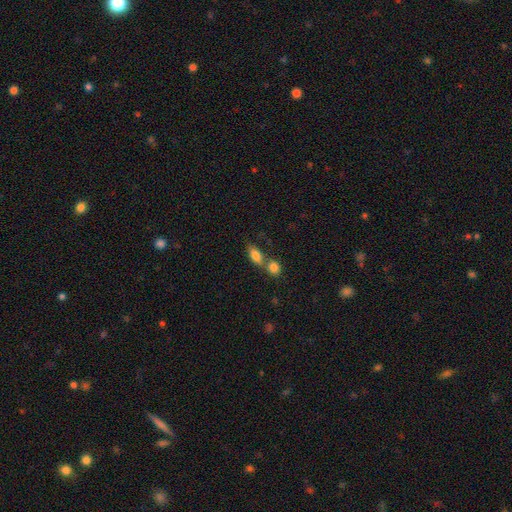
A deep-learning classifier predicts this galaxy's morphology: type=smooth (82%); roundness=in between (83%); merging=merger (47%).